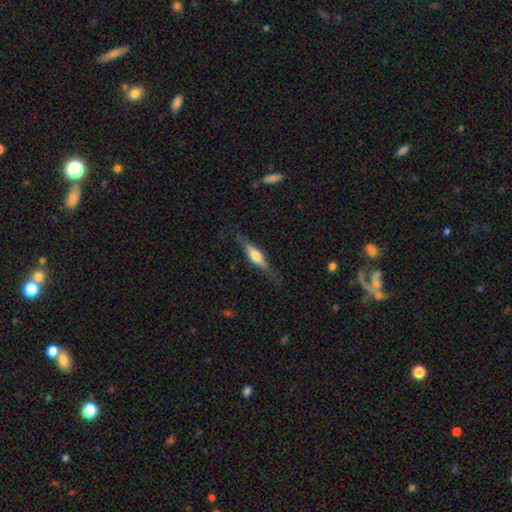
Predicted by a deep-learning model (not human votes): Overall: featured or disk (61%; smooth 33%). Edge-on disk: yes (95%). Edge-on bulge: rounded (84%). Merging: none (80%).